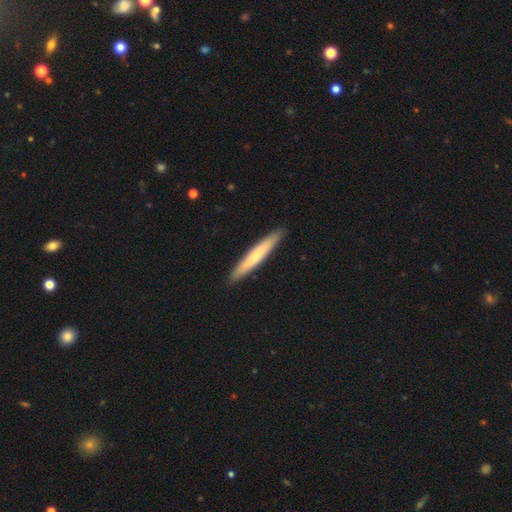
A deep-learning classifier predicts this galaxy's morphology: This is likely a smooth galaxy (65%). How rounded: clearly cigar-shaped (95%). Merging: clearly none (92%).